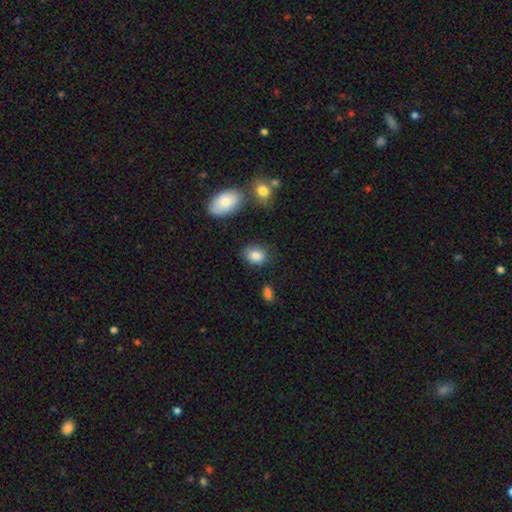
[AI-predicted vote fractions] Morphology: type=smooth (84%); roundness=in between (66%); merging=none (78%).